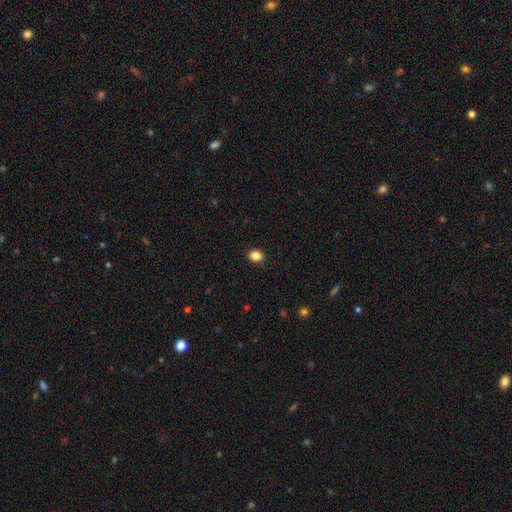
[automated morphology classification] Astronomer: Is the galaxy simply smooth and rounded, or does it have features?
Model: smooth — 86%.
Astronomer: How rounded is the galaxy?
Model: in between — 54% (runner-up: round, 45%).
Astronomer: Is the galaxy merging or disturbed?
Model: none — 89%.